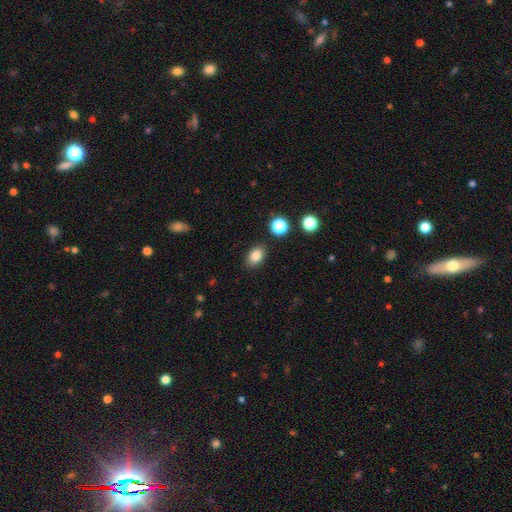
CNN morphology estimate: Smooth or featured?
  - smooth: 84% *
  - star or artifact: 10%
  - featured or disk: 6%
How rounded?
  - in between: 78% *
  - round: 21%
  - cigar-shaped: 1%
Merging?
  - none: 87% *
  - minor disturbance: 9%
  - major disturbance: 2%
  - merger: 2%